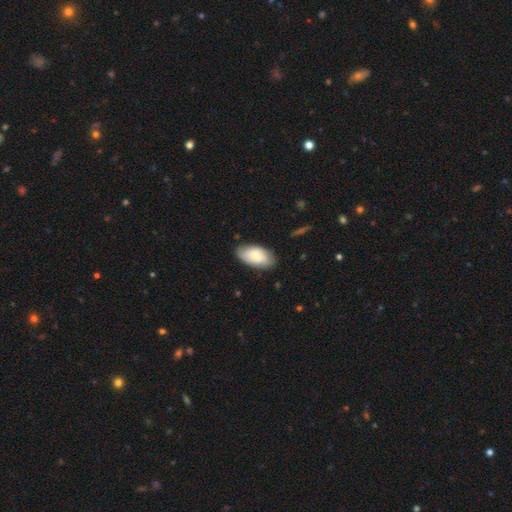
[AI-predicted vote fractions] Smooth or featured? Predicted: smooth (p=0.77). How rounded? Predicted: in between (p=0.95). Merging? Predicted: none (p=0.78).